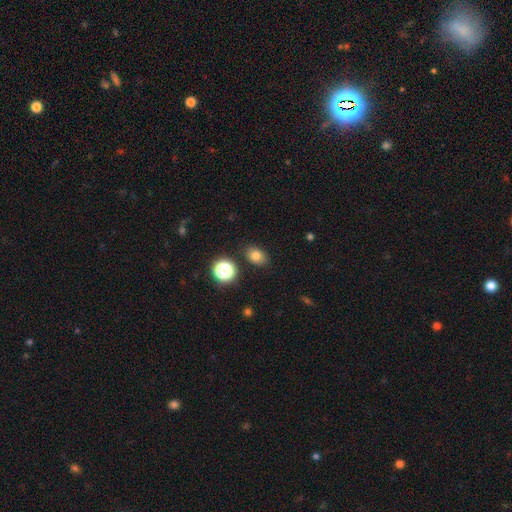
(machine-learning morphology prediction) smooth 77%, star or artifact 14%, featured or disk 9%. Down the decision tree: how rounded — in between (67%); merging — none (85%).